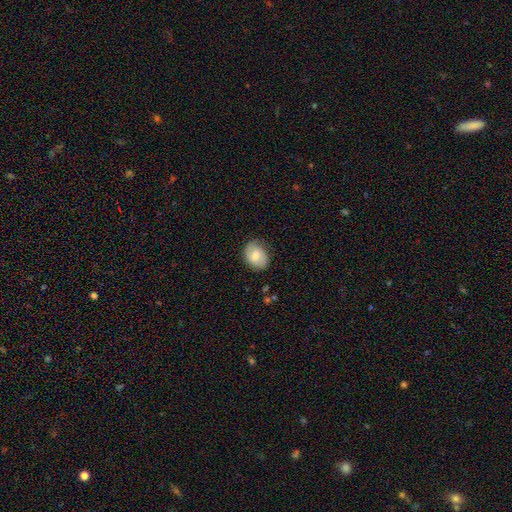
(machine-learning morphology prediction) smooth 60%, featured or disk 32%, star or artifact 7%. Down the decision tree: how rounded — in between (59%); merging — none (74%).